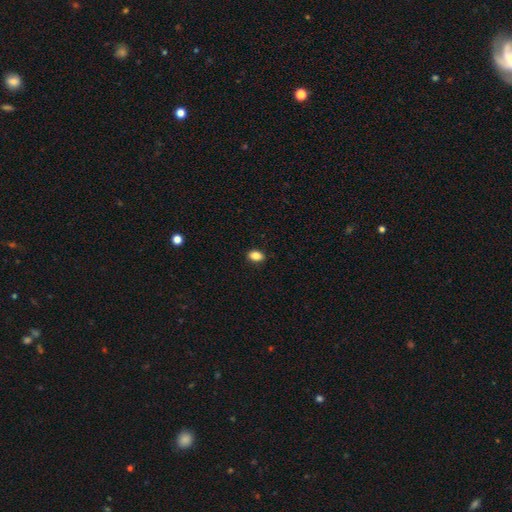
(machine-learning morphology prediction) smooth_or_featured: smooth (p=0.87) [alt: star or artifact p=0.09]
how_rounded: in between (p=0.82) [alt: round p=0.17]
merging: none (p=0.89) [alt: minor disturbance p=0.08]